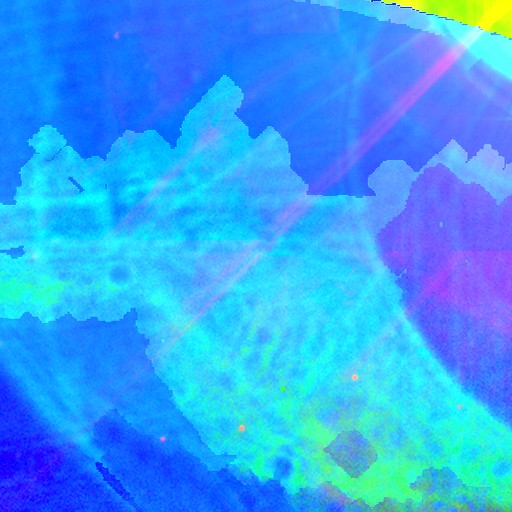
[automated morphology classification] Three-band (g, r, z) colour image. It shows a star or artifact, not a galaxy (86%).